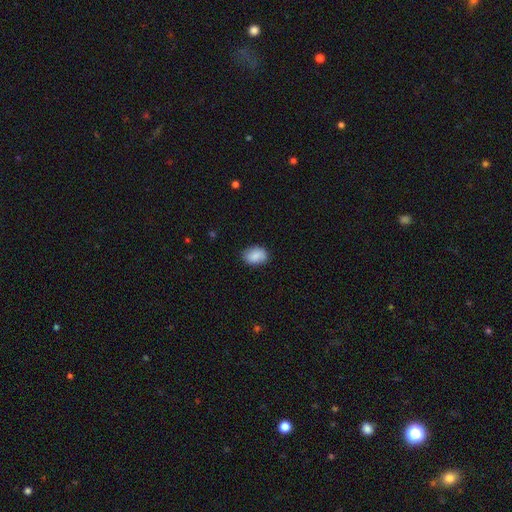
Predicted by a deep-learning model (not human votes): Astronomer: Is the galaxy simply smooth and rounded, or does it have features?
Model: smooth — 87%.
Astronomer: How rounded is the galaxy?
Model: in between — 76%.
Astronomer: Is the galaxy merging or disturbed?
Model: none — 80%.